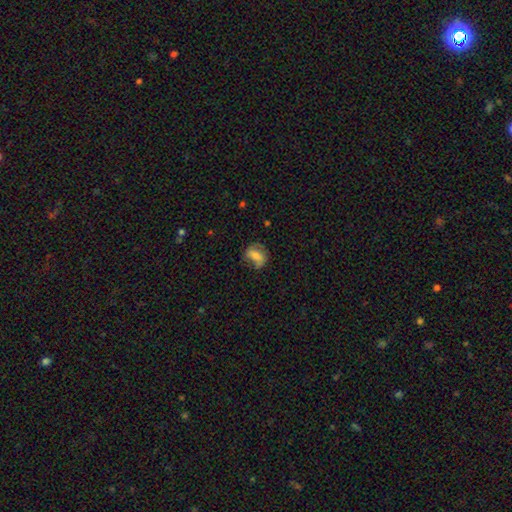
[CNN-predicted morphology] This appears to be a smooth galaxy with no disk features (57%) that is in between round and cigar-shaped (63%). Merging: none (53%).